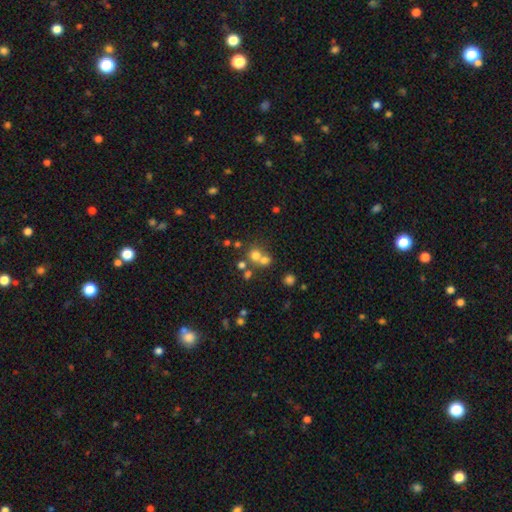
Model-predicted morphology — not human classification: Smooth or featured? smooth (64%)
How rounded? round (85%)
Merging? merger (46%)